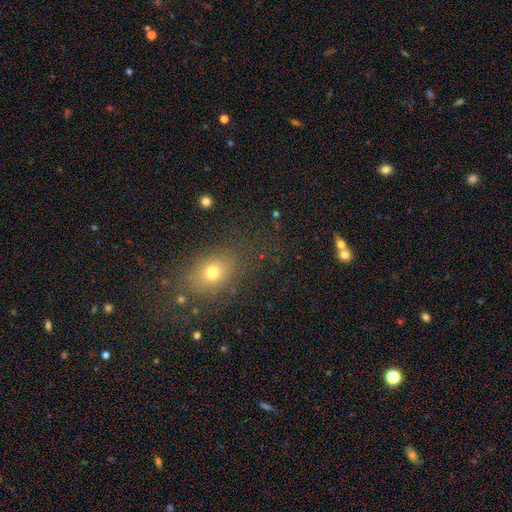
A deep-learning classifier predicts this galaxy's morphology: smooth-or-featured: smooth: 59% | star or artifact: 29% | featured or disk: 12%
  how-rounded: in between: 57% | round: 37% | cigar-shaped: 5%
  merging: none: 81% | minor disturbance: 12% | major disturbance: 5% | merger: 2%